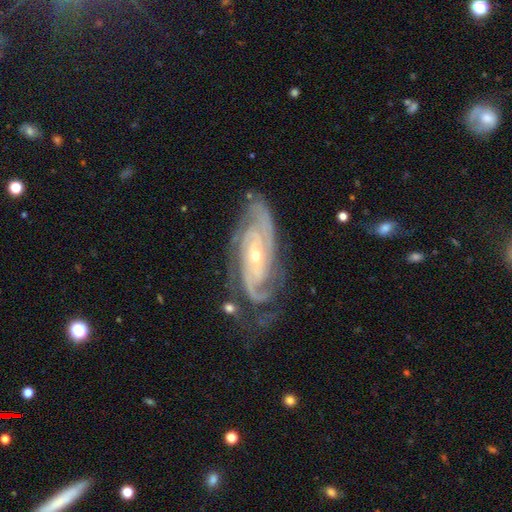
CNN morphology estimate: Smooth or featured? featured or disk (91%)
Edge-on disk? no (94%)
Bar? no (59%)
Spiral arms? yes (98%)
Spiral winding? tight (66%)
Spiral arm count? 2 (38%)
Bulge size? small (69%)
Merging? none (70%)